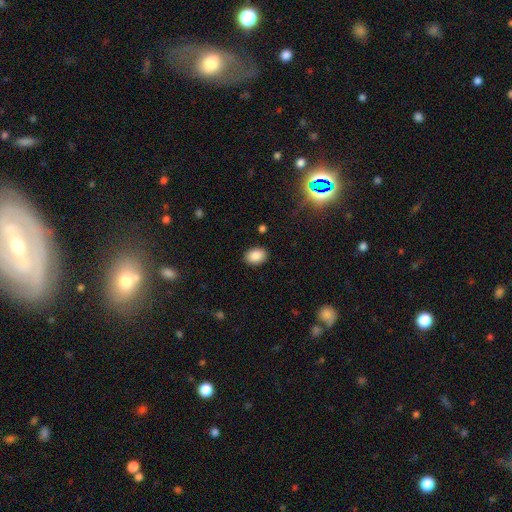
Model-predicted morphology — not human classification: smooth-or-featured: smooth: 87% | star or artifact: 9% | featured or disk: 4%
  how-rounded: in between: 75% | round: 24% | cigar-shaped: 1%
  merging: none: 88% | minor disturbance: 8% | major disturbance: 2% | merger: 1%